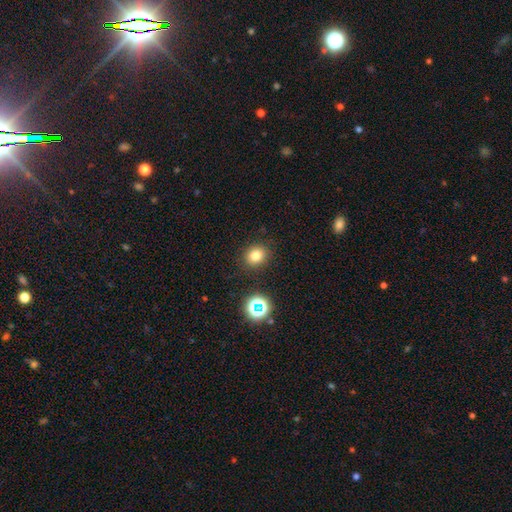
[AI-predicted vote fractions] smooth_or_featured: smooth (p=0.77) [alt: star or artifact p=0.16]
how_rounded: round (p=0.63) [alt: in between p=0.37]
merging: none (p=0.86) [alt: minor disturbance p=0.09]